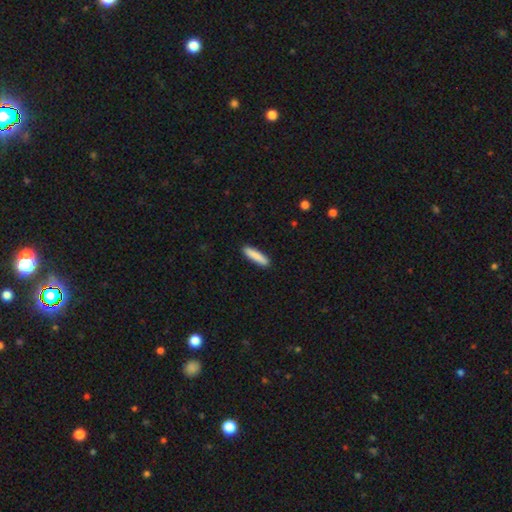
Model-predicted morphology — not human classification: A smooth galaxy with no disk features (87%) that is cigar-shaped (84%).

Vote fractions:
- Smooth or featured? smooth: 87% / featured or disk: 7% / star or artifact: 6%
- How rounded? cigar-shaped: 84% / in between: 15% / round: 1%
- Merging? none: 91% / minor disturbance: 6% / major disturbance: 1% / merger: 1%